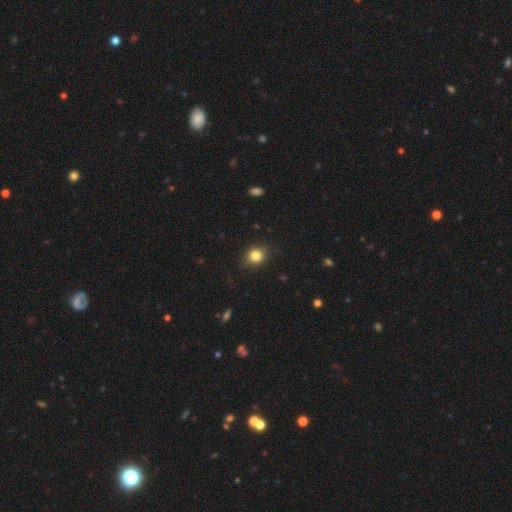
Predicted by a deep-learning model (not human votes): smooth-or-featured: smooth: 82% | star or artifact: 11% | featured or disk: 7%
  how-rounded: round: 65% | in between: 33% | cigar-shaped: 1%
  merging: none: 84% | minor disturbance: 12% | major disturbance: 3% | merger: 1%